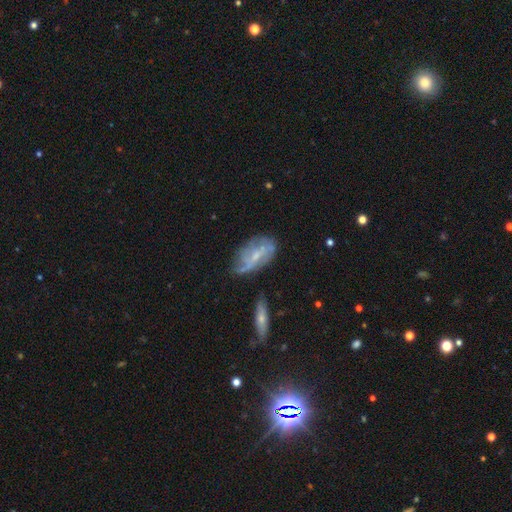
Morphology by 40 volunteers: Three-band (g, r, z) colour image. It shows a featured or disk galaxy (75%) with no bar (56%), loose (70%) spiral arms (74%) and a small central bulge (59%). Merging: minor disturbance (41%).